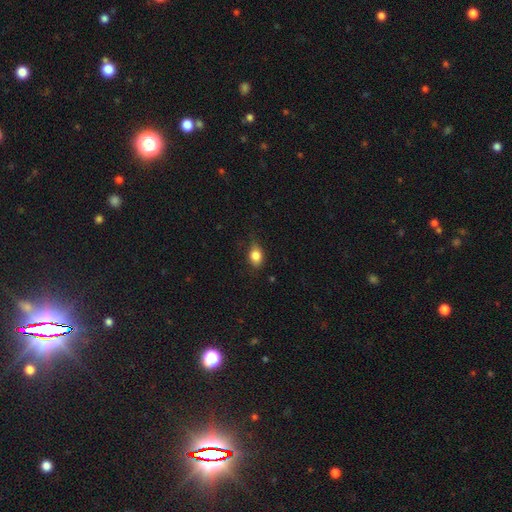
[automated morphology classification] This is clearly a smooth galaxy (83%). How rounded: likely in between (73%). Merging: likely none (73%).